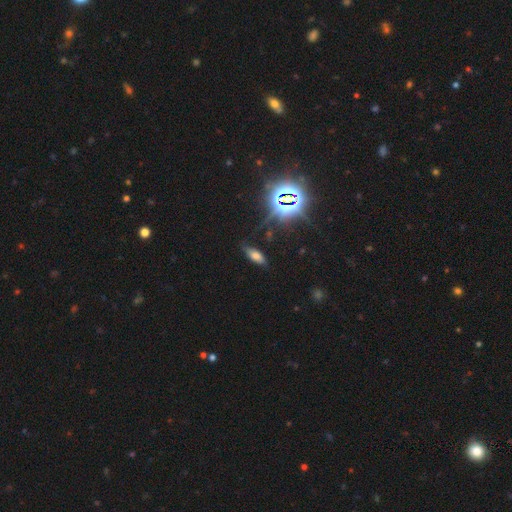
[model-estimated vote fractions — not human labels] A smooth galaxy with no disk features (58%) that is in between round and cigar-shaped (76%).

Vote fractions:
- Smooth or featured? smooth: 58% / star or artifact: 26% / featured or disk: 16%
- How rounded? in between: 76% / cigar-shaped: 20% / round: 4%
- Merging? none: 79% / minor disturbance: 15% / major disturbance: 4% / merger: 2%